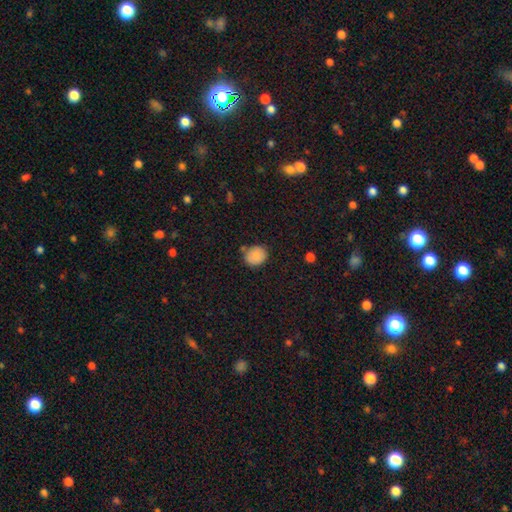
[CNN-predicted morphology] This is clearly a smooth galaxy (86%). How rounded: likely round (68%). Merging: likely none (74%).